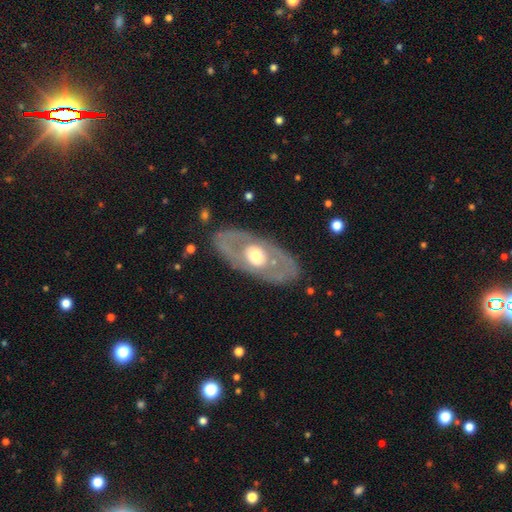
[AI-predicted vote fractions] This appears to be a featured or disk galaxy (64%) with no bar (83%), no spiral arms (81%) and a moderate central bulge (63%). Merging: none (82%).